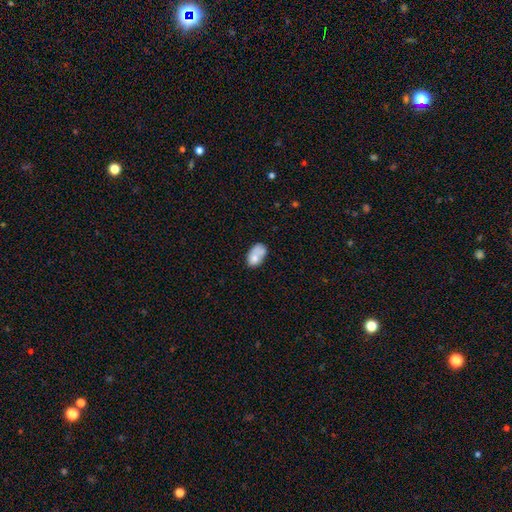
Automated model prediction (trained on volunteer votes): Smooth or featured: smooth — 71% (featured or disk — 21%)
How rounded: in between — 86% (round — 13%)
Merging: none — 35% (merger — 33%)